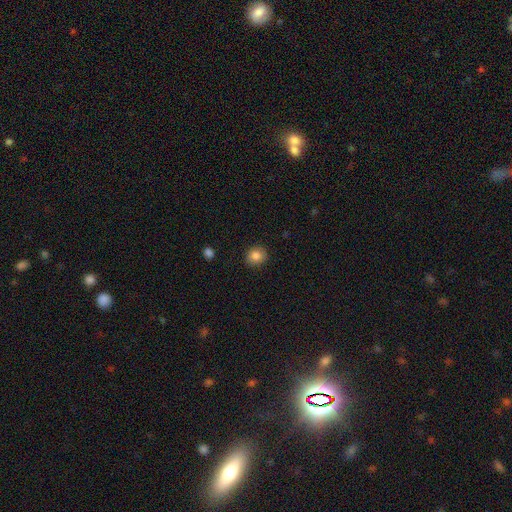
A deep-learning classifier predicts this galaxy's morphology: Smooth or featured: smooth — 84% (star or artifact — 10%)
How rounded: round — 80% (in between — 19%)
Merging: none — 88% (minor disturbance — 8%)